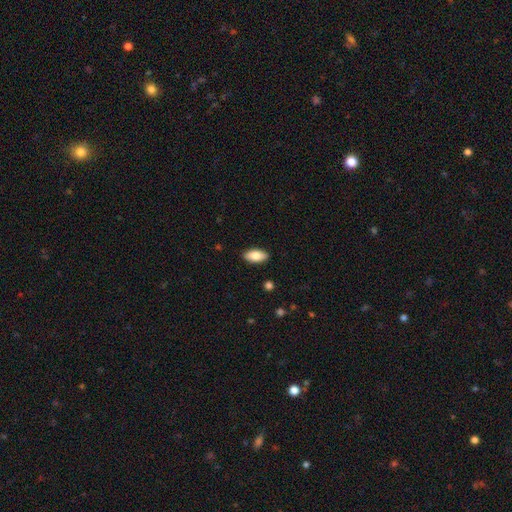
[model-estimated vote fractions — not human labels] Smooth or featured? Predicted: smooth (p=0.82). How rounded? Predicted: in between (p=0.91). Merging? Predicted: none (p=0.90).